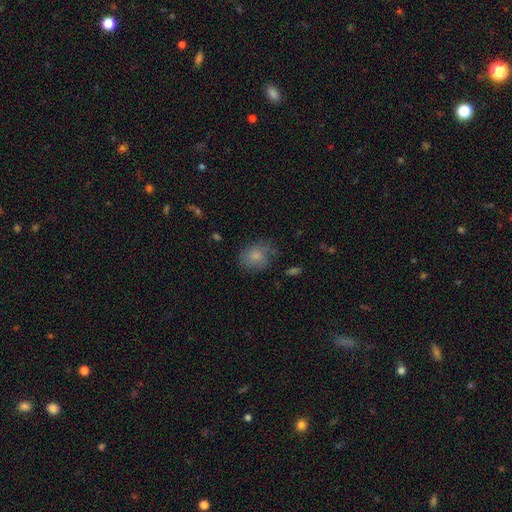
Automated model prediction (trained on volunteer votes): Q: Smooth or featured?
A: smooth (81%); runner-up: featured or disk (10%)
Q: How rounded?
A: round (61%); runner-up: in between (38%)
Q: Merging?
A: none (68%); runner-up: minor disturbance (23%)